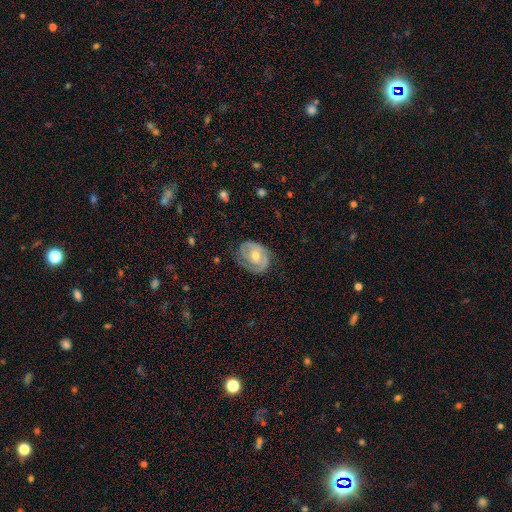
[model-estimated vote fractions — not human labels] This appears to be a featured or disk galaxy (74%) with no bar (56%), 2 (55%) tight (60%) spiral arms (86%) and a moderate central bulge (63%). Merging: none (68%).